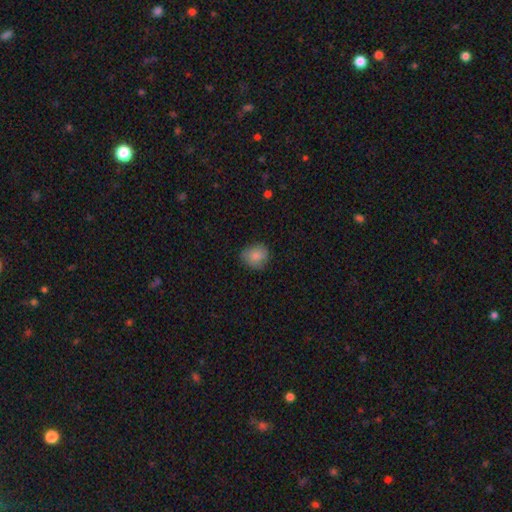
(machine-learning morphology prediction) smooth-or-featured: smooth: 84% | star or artifact: 8% | featured or disk: 8%
  how-rounded: round: 75% | in between: 24% | cigar-shaped: 1%
  merging: none: 77% | minor disturbance: 19% | major disturbance: 4% | merger: 1%